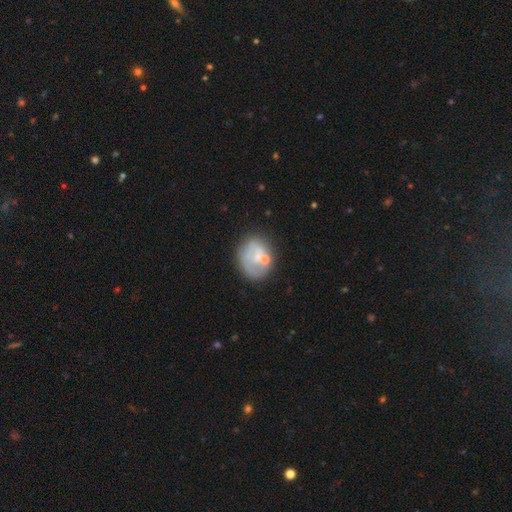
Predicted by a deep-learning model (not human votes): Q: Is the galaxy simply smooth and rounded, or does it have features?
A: smooth — 51%.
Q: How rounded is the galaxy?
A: round — 67%.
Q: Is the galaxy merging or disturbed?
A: none — 53%.